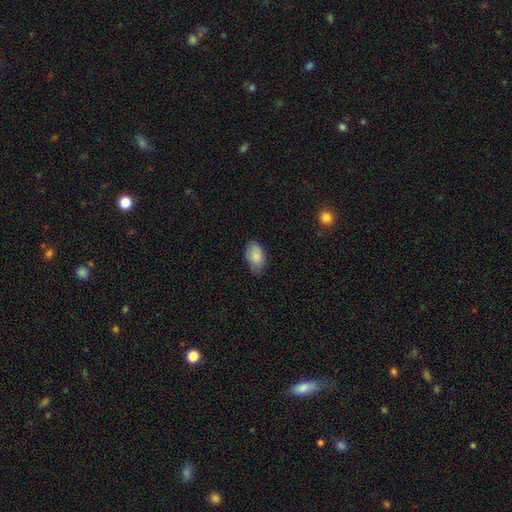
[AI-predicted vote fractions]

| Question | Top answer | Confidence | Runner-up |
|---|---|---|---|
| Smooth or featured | smooth | 85% | featured or disk (9%) |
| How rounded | in between | 91% | round (8%) |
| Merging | none | 65% | minor disturbance (29%) |